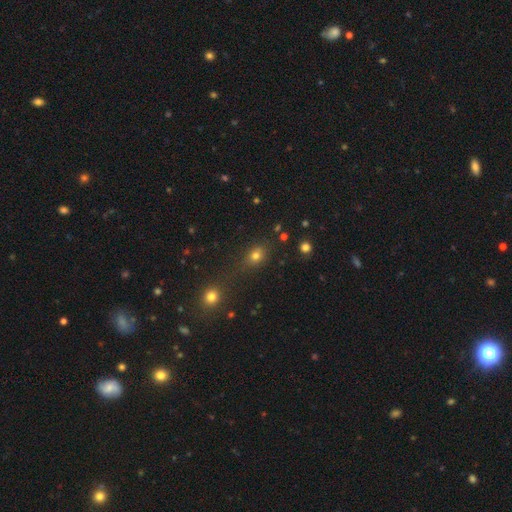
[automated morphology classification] Smooth or featured: smooth — 75% (star or artifact — 17%)
How rounded: in between — 50% (round — 49%)
Merging: none — 70% (minor disturbance — 14%)